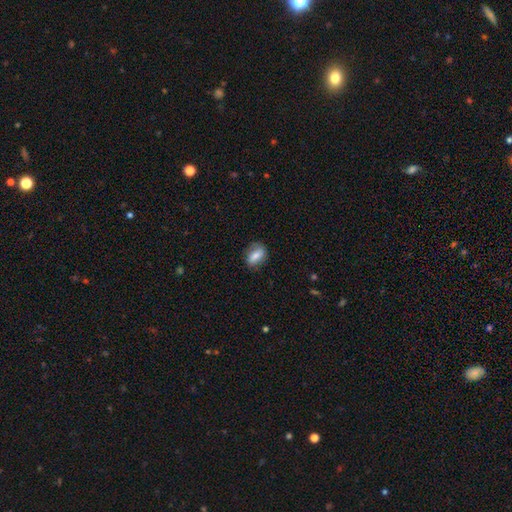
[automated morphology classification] A smooth galaxy with no disk features (67%) that is in between round and cigar-shaped (76%).

Vote fractions:
- Smooth or featured? smooth: 67% / featured or disk: 26% / star or artifact: 8%
- How rounded? in between: 76% / round: 17% / cigar-shaped: 7%
- Merging? none: 76% / minor disturbance: 18% / major disturbance: 5% / merger: 1%